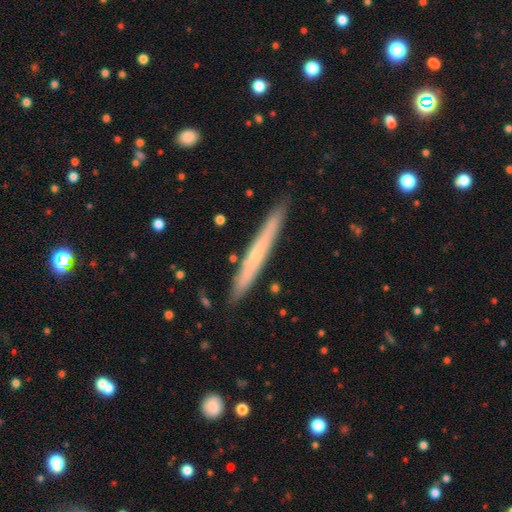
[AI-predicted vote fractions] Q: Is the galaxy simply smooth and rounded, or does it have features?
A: featured or disk — 50%.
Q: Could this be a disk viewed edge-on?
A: yes — 94%.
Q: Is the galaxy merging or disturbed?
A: none — 88%.